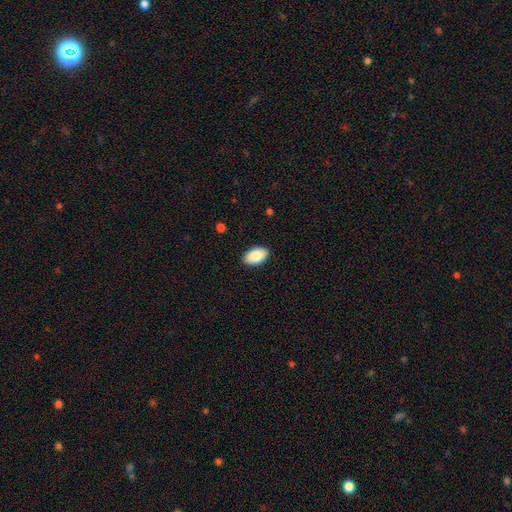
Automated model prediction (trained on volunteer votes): A smooth galaxy with no disk features (88%) that is in between round and cigar-shaped (95%). Merging: none (89%).